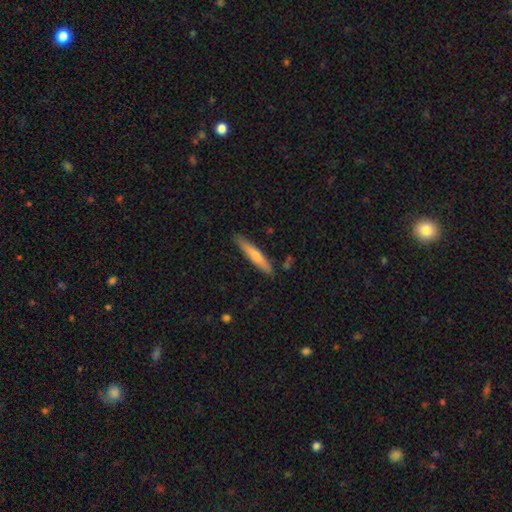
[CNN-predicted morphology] The model was most divided on "smooth or featured": smooth: 67%, featured or disk: 27%, star or artifact: 5%. More confident: how rounded — cigar-shaped (92%); merging — none (85%).